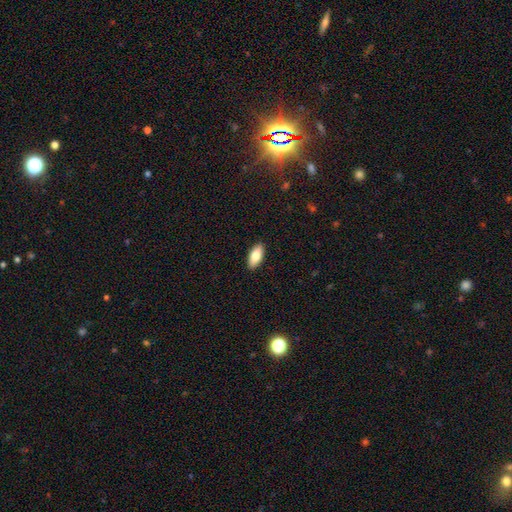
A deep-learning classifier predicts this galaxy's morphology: smooth 81%, featured or disk 12%, star or artifact 6%. Down the decision tree: how rounded — in between (89%); merging — none (91%).